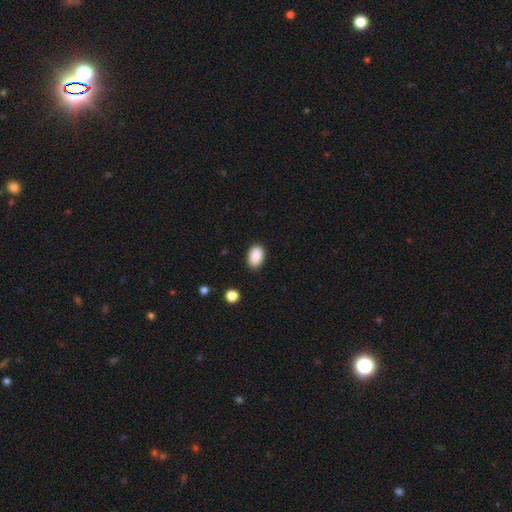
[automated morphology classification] smooth-or-featured: smooth: 90% | star or artifact: 8% | featured or disk: 3%
  how-rounded: in between: 90% | round: 9% | cigar-shaped: 1%
  merging: none: 88% | minor disturbance: 9% | major disturbance: 2% | merger: 1%